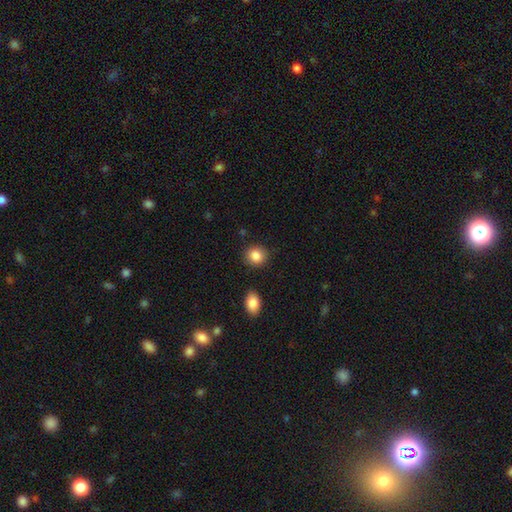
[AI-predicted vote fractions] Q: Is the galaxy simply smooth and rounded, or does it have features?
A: smooth — 87%.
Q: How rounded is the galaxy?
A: round — 79%.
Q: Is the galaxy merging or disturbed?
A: none — 87%.